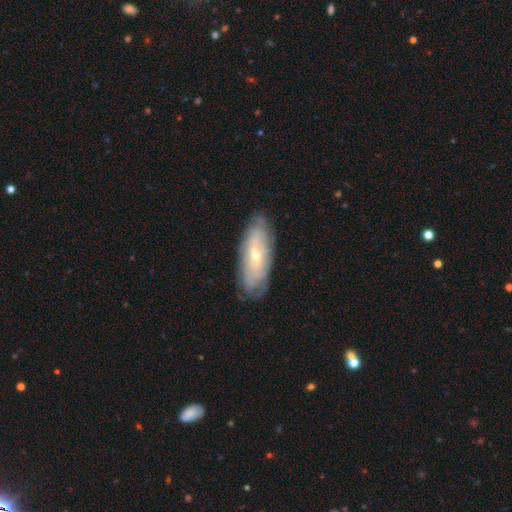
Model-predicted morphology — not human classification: Overall: featured or disk (65%; smooth 29%). Edge-on disk: no (82%). Bar: no (51%; weak 36%). Spiral arms: yes (74%). Bulge size: small (62%; moderate 35%). Merging: none (79%).